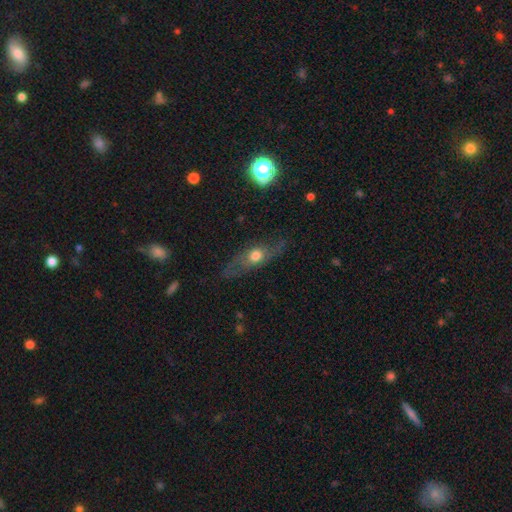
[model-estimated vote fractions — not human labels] Smooth or featured? featured or disk (53%)
Edge-on disk? yes (52%)
Merging? none (70%)